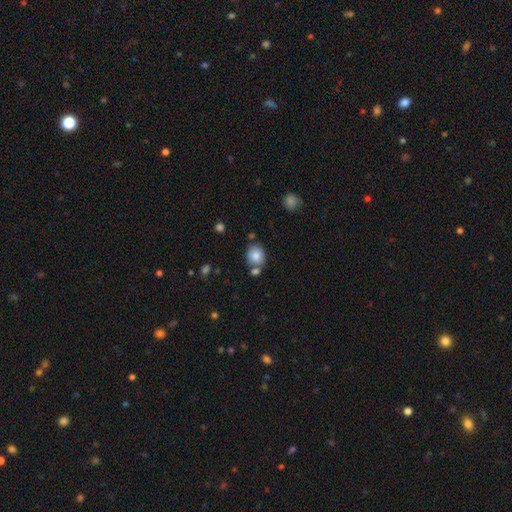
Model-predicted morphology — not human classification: type=smooth (83%); roundness=round (72%); merging=none (66%).